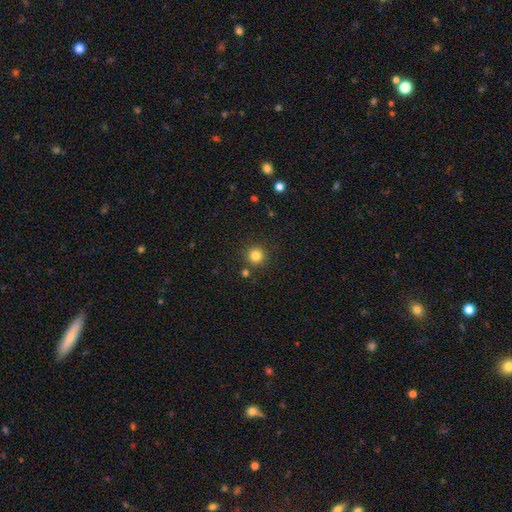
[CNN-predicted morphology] type=smooth (83%); roundness=round (95%); merging=none (86%).